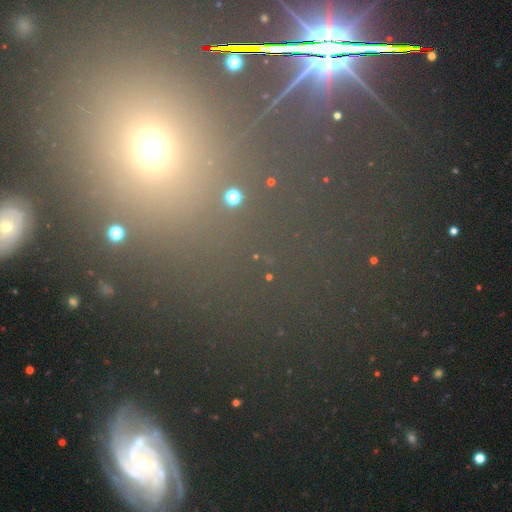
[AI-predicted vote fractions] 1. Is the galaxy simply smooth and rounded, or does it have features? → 53% star or artifact, 30% smooth, 17% featured or disk.